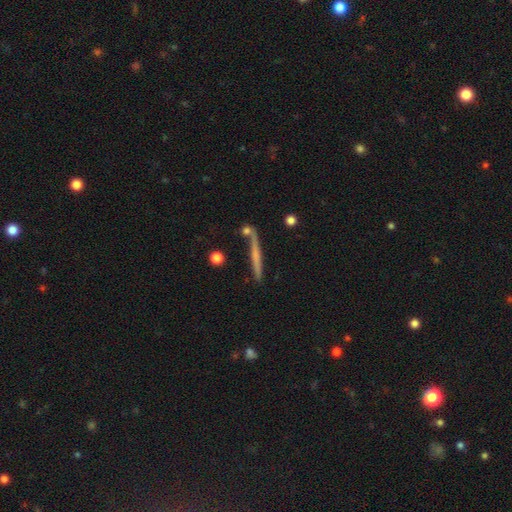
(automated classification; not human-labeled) The model was most divided on "smooth or featured": featured or disk: 51%, smooth: 42%, star or artifact: 7%. More confident: edge-on disk — yes (95%); merging — none (77%).